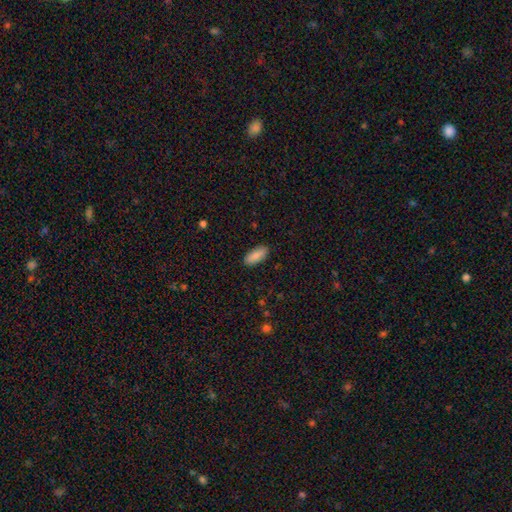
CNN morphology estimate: This is clearly a smooth galaxy (87%). How rounded: clearly in between (83%). Merging: clearly none (89%).